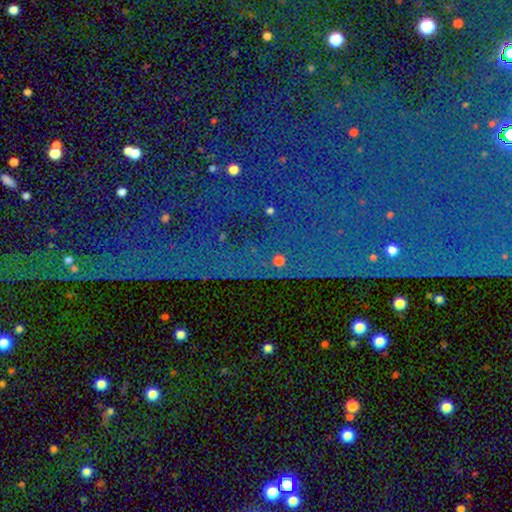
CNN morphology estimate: This is clearly a star or artifact rather than a galaxy (85%).